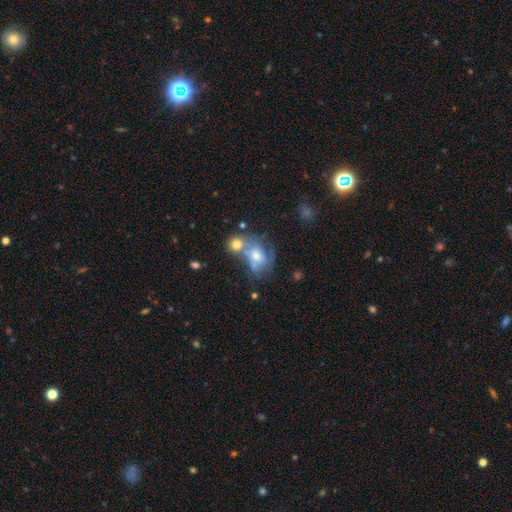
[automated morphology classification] Q: Smooth or featured?
A: featured or disk (49%); runner-up: smooth (38%)
Q: Merging?
A: merger (48%); runner-up: none (27%)